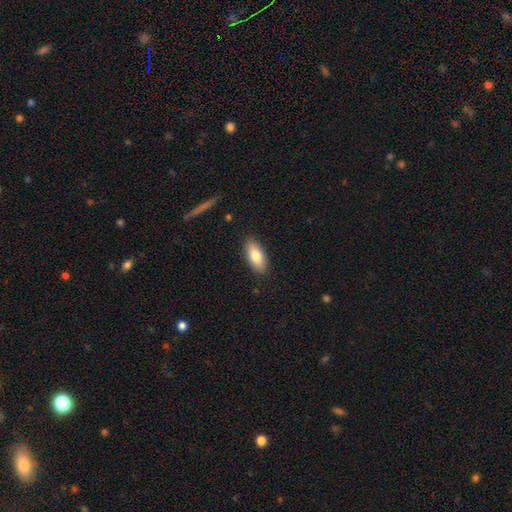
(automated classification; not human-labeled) smooth-or-featured: smooth: 79% | featured or disk: 14% | star or artifact: 7%
  how-rounded: in between: 86% | cigar-shaped: 11% | round: 3%
  merging: none: 88% | minor disturbance: 9% | major disturbance: 2% | merger: 1%